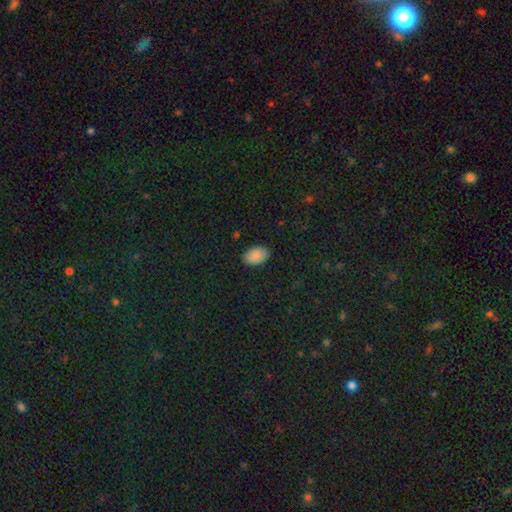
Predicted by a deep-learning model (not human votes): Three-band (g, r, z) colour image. It shows a smooth galaxy with no disk features (88%) that is in between round and cigar-shaped (91%). Merging: none (88%).